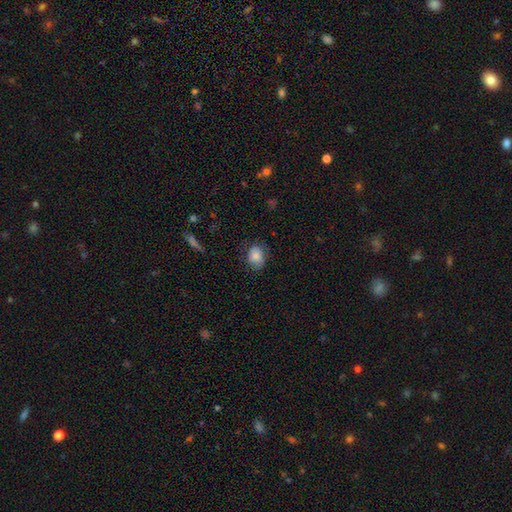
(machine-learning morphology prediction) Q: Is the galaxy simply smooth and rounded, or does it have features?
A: smooth — 80%.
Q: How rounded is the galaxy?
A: in between — 67%.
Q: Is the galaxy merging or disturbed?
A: none — 71%.